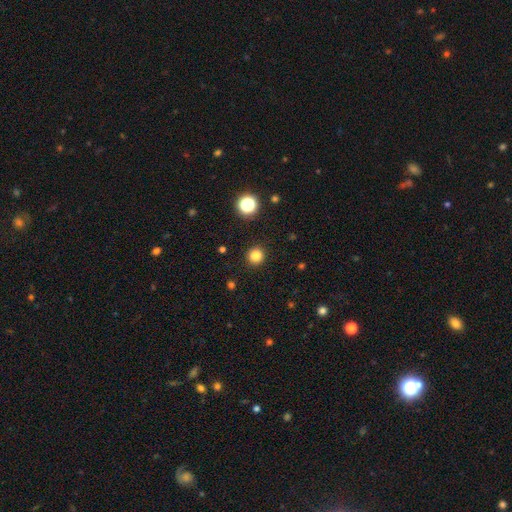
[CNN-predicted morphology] smooth-or-featured: smooth: 83% | star or artifact: 13% | featured or disk: 4%
  how-rounded: round: 95% | in between: 4% | cigar-shaped: 1%
  merging: none: 92% | minor disturbance: 5% | major disturbance: 2% | merger: 1%